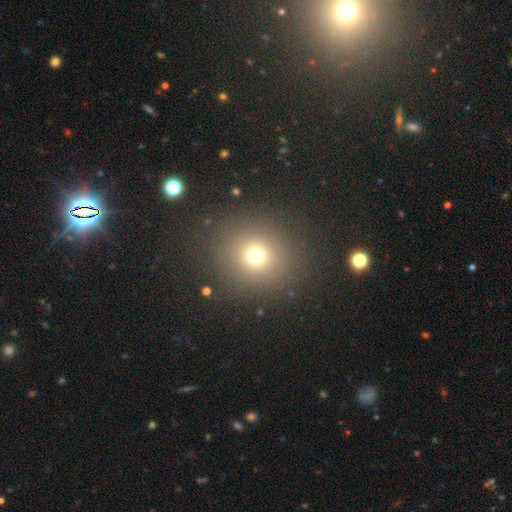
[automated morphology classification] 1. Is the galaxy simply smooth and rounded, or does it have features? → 70% smooth, 20% star or artifact, 10% featured or disk.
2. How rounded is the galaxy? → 87% round, 12% in between, 1% cigar-shaped.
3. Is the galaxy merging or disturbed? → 86% none, 8% minor disturbance, 5% major disturbance, 2% merger.